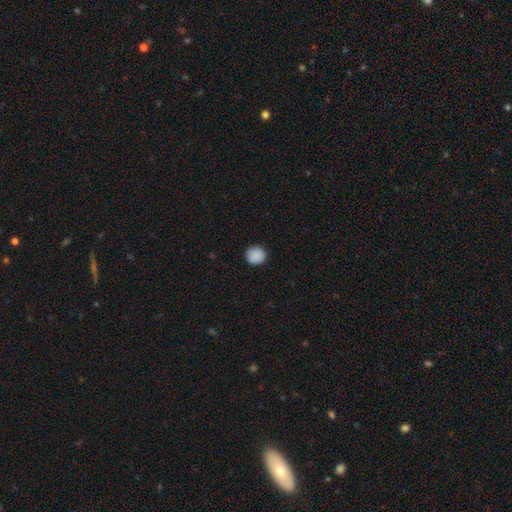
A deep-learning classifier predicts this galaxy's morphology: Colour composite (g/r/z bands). It shows a smooth galaxy with no disk features (89%) that is round (93%). Merging: none (91%).